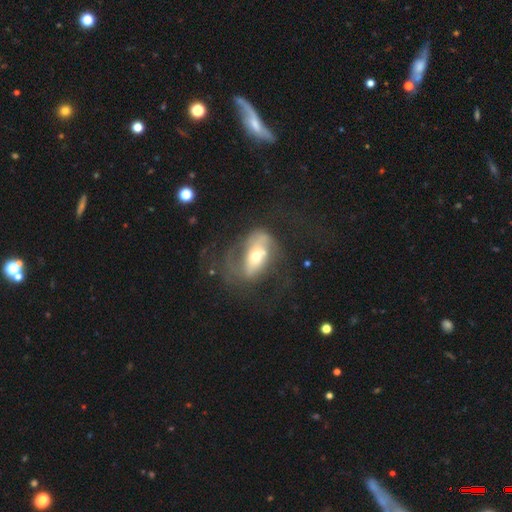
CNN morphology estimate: featured or disk 65%, smooth 28%, star or artifact 8%. Down the decision tree: edge-on disk — no (91%); bar — no (48%); spiral arms — yes (60%); bulge size — moderate (58%); merging — major disturbance (39%).